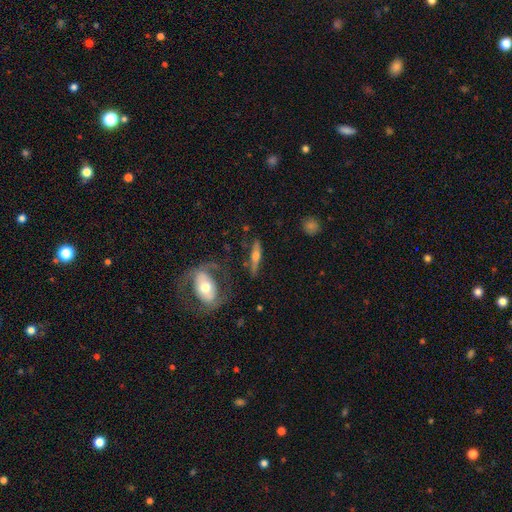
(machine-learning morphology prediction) Overall: featured or disk (59%; smooth 34%). Edge-on disk: yes (86%). Edge-on bulge: rounded (91%). Merging: none (74%).